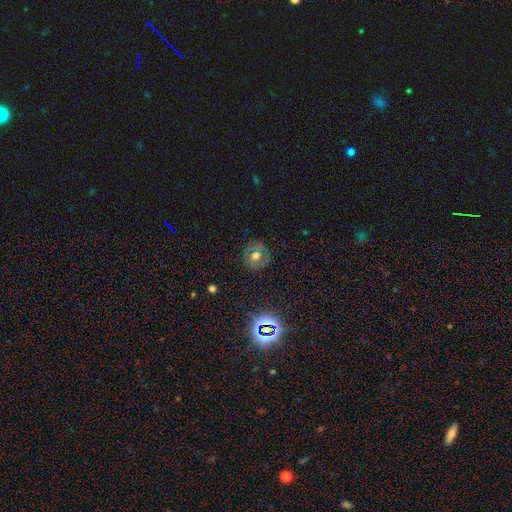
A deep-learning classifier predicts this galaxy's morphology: The model was most divided on "smooth or featured": smooth: 51%, featured or disk: 26%, star or artifact: 23%. More confident: how rounded — round (86%); merging — none (83%).